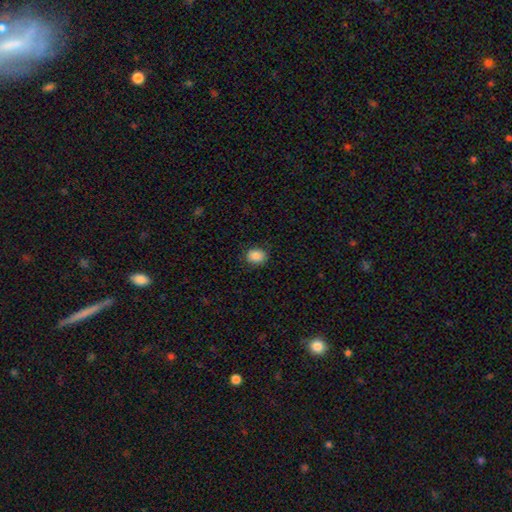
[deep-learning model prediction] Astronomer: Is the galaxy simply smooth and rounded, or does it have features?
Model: smooth — 87%.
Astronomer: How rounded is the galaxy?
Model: in between — 55% (runner-up: round, 44%).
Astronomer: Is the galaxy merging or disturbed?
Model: none — 85%.